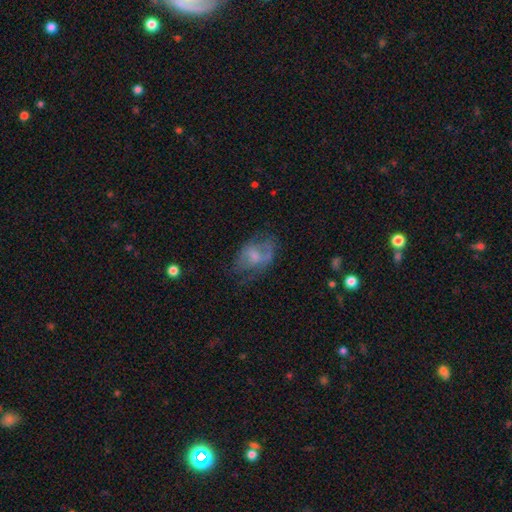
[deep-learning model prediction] smooth-or-featured: featured or disk: 49% | smooth: 40% | star or artifact: 11%
  merging: none: 48% | minor disturbance: 26% | major disturbance: 23% | merger: 3%